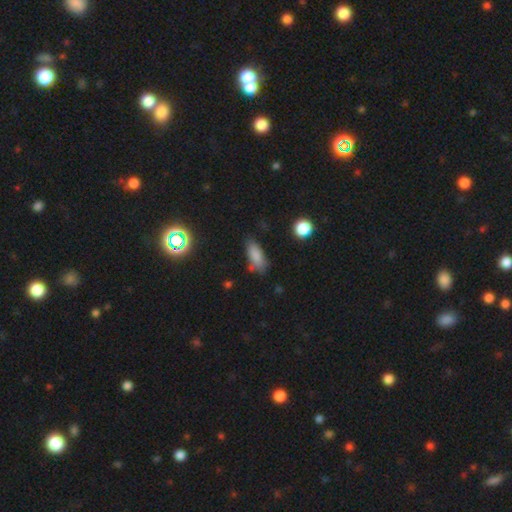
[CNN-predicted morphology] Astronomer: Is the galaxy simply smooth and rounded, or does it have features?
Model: smooth — 81%.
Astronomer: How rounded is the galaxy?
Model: in between — 81%.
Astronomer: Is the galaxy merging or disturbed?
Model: none — 63%.